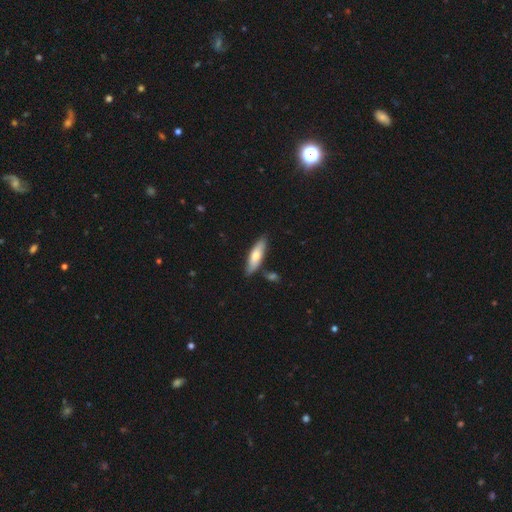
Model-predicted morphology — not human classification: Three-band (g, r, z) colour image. It shows a smooth galaxy with no disk features (68%) that is cigar-shaped (56%). Merging: none (80%).